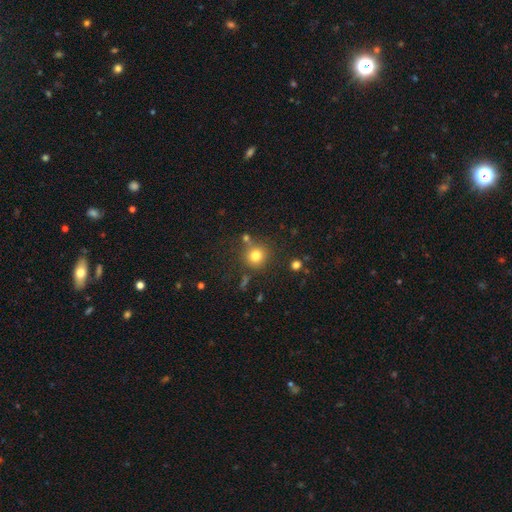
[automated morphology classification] A smooth galaxy with no disk features (78%) that is round (91%).

Vote fractions:
- Smooth or featured? smooth: 78% / star or artifact: 14% / featured or disk: 8%
- How rounded? round: 91% / in between: 8% / cigar-shaped: 1%
- Merging? none: 78% / minor disturbance: 10% / merger: 8% / major disturbance: 4%